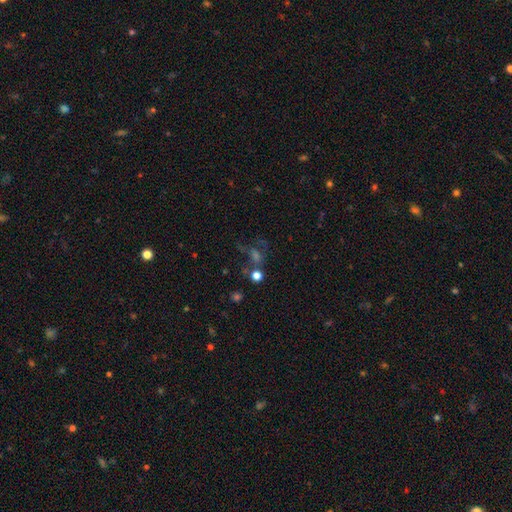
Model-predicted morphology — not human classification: smooth-or-featured: star or artifact: 40% | featured or disk: 33% | smooth: 27%